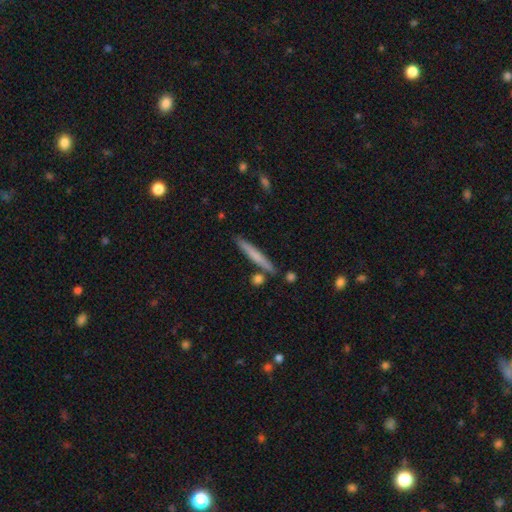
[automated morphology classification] Overall: smooth (62%; featured or disk 32%). How rounded: cigar-shaped (96%). Merging: none (84%).